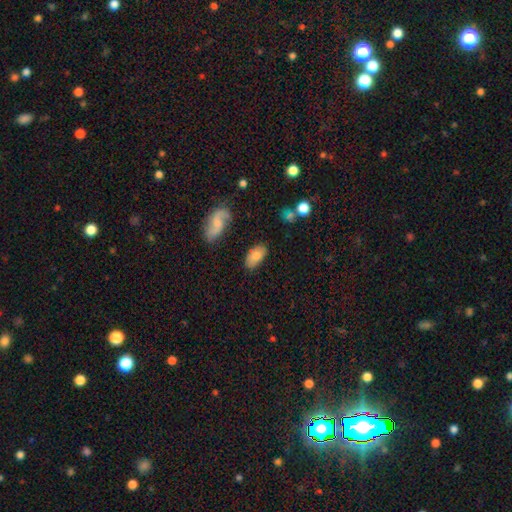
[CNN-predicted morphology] smooth_or_featured: smooth (p=0.72) [alt: featured or disk p=0.20]
how_rounded: in between (p=0.93) [alt: round p=0.04]
merging: none (p=0.78) [alt: minor disturbance p=0.16]